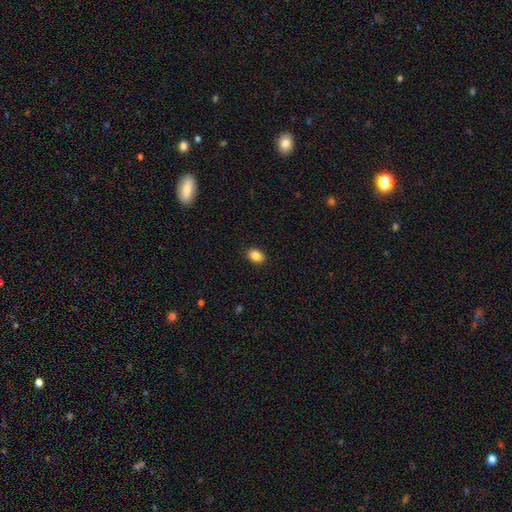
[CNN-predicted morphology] The model was most divided on "how rounded": in between: 77%, round: 22%, cigar-shaped: 1%. More confident: merging — none (90%); smooth or featured — smooth (87%).